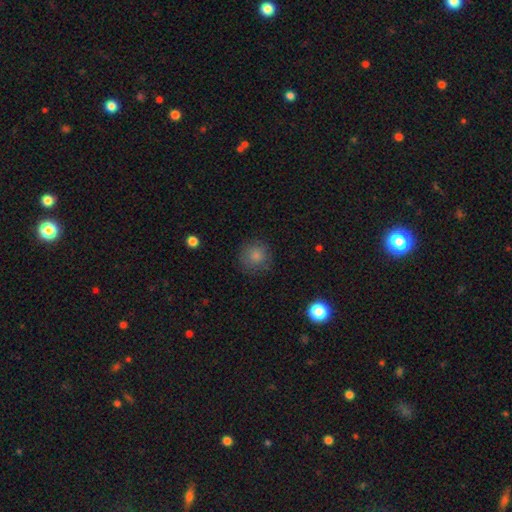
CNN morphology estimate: smooth_or_featured: smooth (p=0.83) [alt: star or artifact p=0.10]
how_rounded: round (p=0.93) [alt: in between p=0.06]
merging: none (p=0.83) [alt: minor disturbance p=0.12]